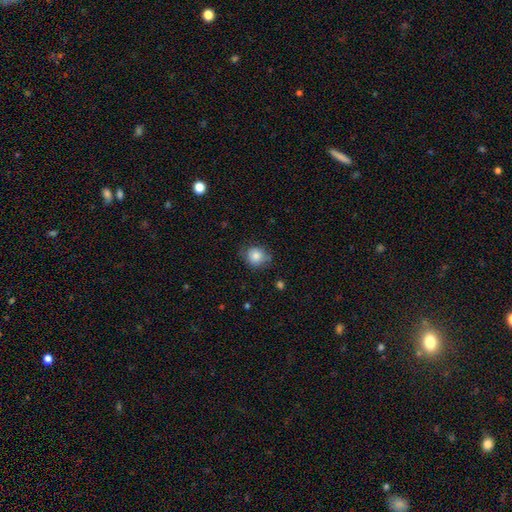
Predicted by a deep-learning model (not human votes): smooth_or_featured: smooth (p=0.80) [alt: featured or disk p=0.11]
how_rounded: round (p=0.78) [alt: in between p=0.21]
merging: none (p=0.66) [alt: minor disturbance p=0.25]